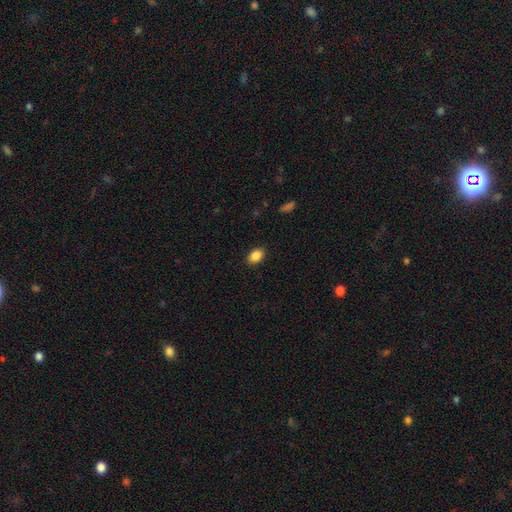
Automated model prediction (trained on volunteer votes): A smooth galaxy with no disk features (88%) that is in between round and cigar-shaped (83%).

Vote fractions:
- Smooth or featured? smooth: 88% / star or artifact: 8% / featured or disk: 4%
- How rounded? in between: 83% / round: 16% / cigar-shaped: 1%
- Merging? none: 88% / minor disturbance: 9% / major disturbance: 2% / merger: 1%